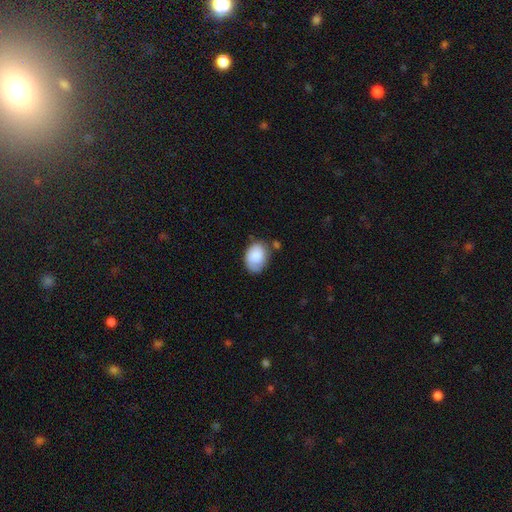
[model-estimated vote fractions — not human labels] smooth_or_featured: smooth (p=0.81) [alt: featured or disk p=0.13]
how_rounded: in between (p=0.76) [alt: round p=0.24]
merging: none (p=0.58) [alt: minor disturbance p=0.28]